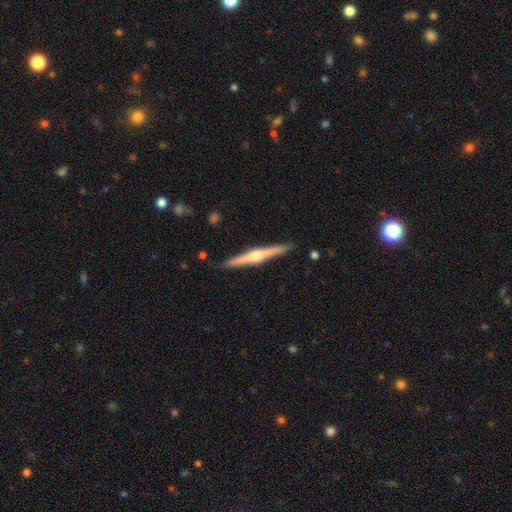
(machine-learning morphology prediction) type=featured or disk (75%); edge-on=yes (98%); edge-on bulge=rounded (91%); merging=none (91%).